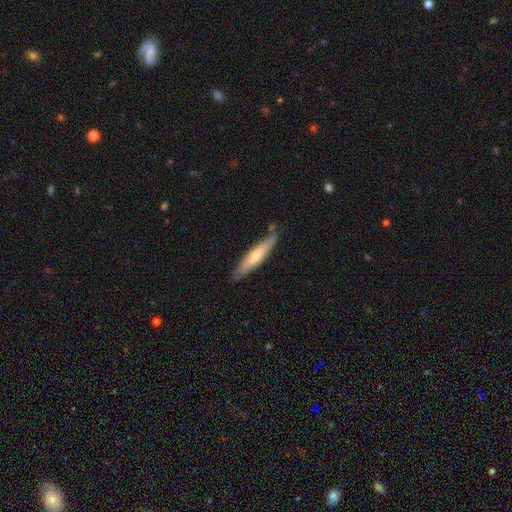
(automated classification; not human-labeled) A smooth galaxy with no disk features (60%) that is cigar-shaped (85%). Merging: none (78%).